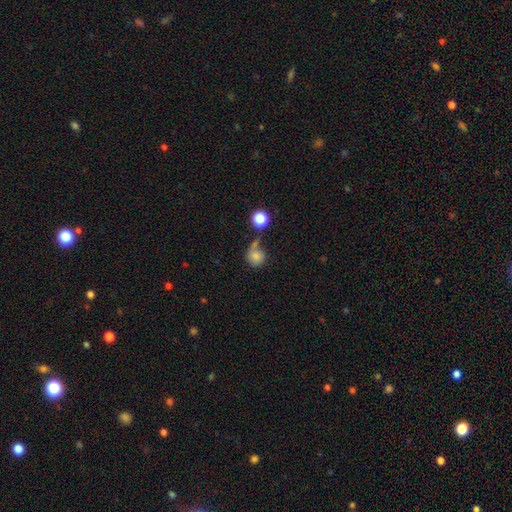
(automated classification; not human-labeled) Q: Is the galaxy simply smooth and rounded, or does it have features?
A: smooth — 79%.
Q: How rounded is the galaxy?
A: round — 84%.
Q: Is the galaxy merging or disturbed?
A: none — 44%.